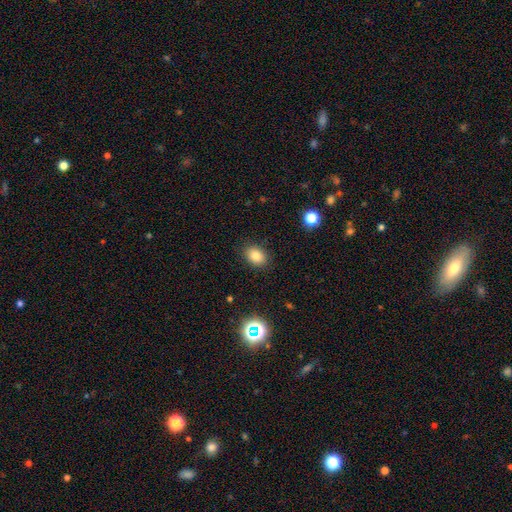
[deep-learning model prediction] smooth_or_featured: smooth (p=0.83) [alt: star or artifact p=0.12]
how_rounded: in between (p=0.65) [alt: round p=0.34]
merging: none (p=0.87) [alt: minor disturbance p=0.09]